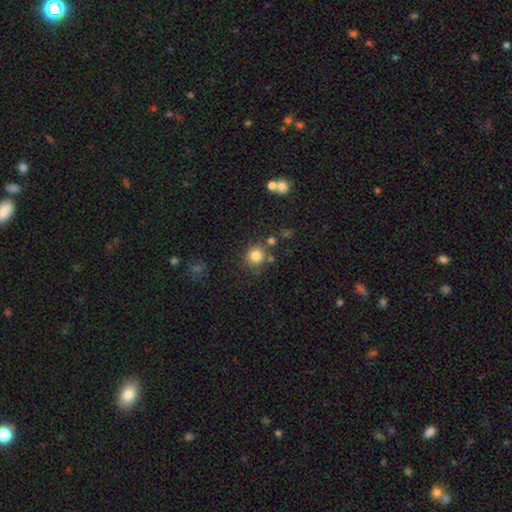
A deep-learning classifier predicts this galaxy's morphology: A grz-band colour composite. It shows a smooth galaxy with no disk features (82%) that is round (90%). Merging: none (76%).